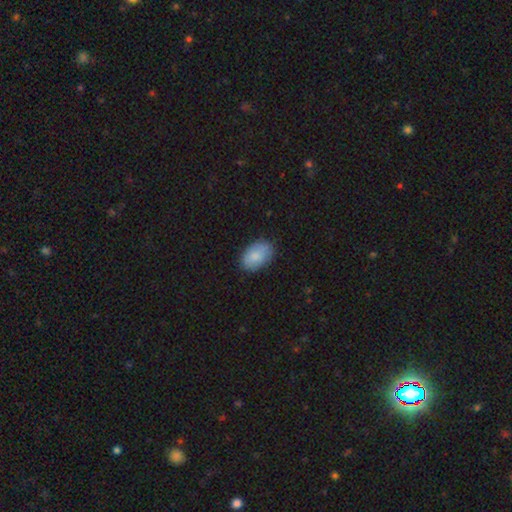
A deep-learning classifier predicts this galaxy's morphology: This is clearly a smooth galaxy (84%). How rounded: clearly in between (90%). Merging: clearly none (83%).